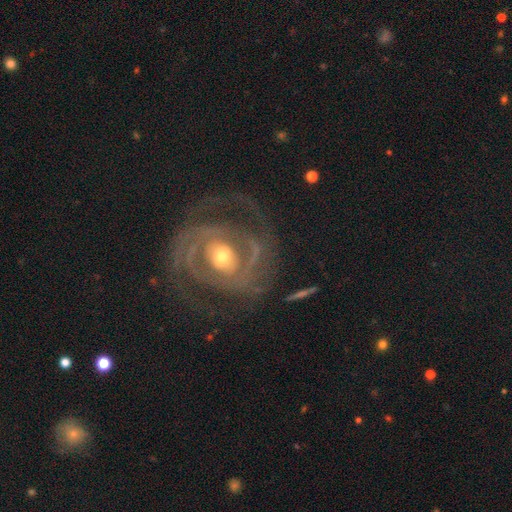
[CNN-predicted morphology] Smooth or featured? featured or disk (90%)
Edge-on disk? no (97%)
Bar? no (45%)
Spiral arms? yes (96%)
Spiral winding? tight (58%)
Spiral arm count? 2 (62%)
Bulge size? moderate (62%)
Merging? none (72%)